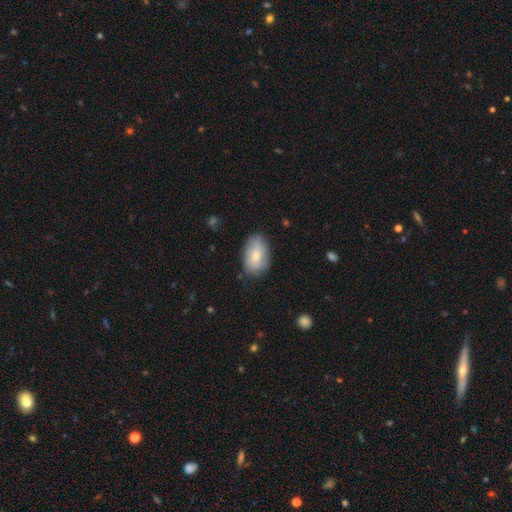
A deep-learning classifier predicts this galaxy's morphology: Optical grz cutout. It shows a smooth galaxy with no disk features (68%) that is in between round and cigar-shaped (91%). Merging: none (72%).